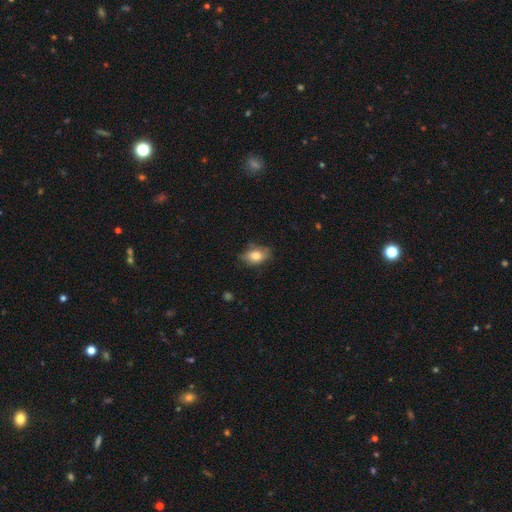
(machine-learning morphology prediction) A smooth galaxy with no disk features (79%) that is in between round and cigar-shaped (83%). Merging: none (67%).